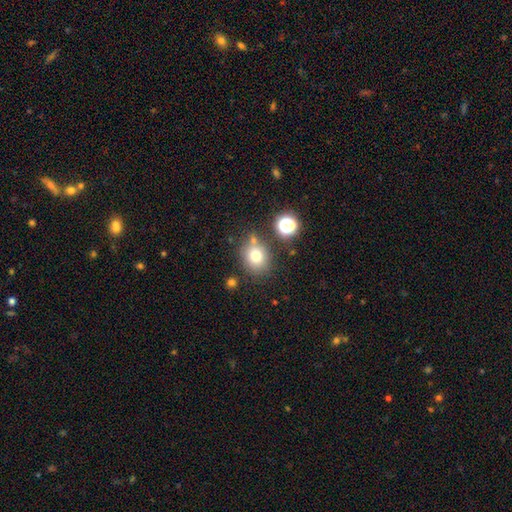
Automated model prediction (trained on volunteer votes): Smooth or featured? Predicted: smooth (p=0.74). How rounded? Predicted: round (p=0.70). Merging? Predicted: none (p=0.72).